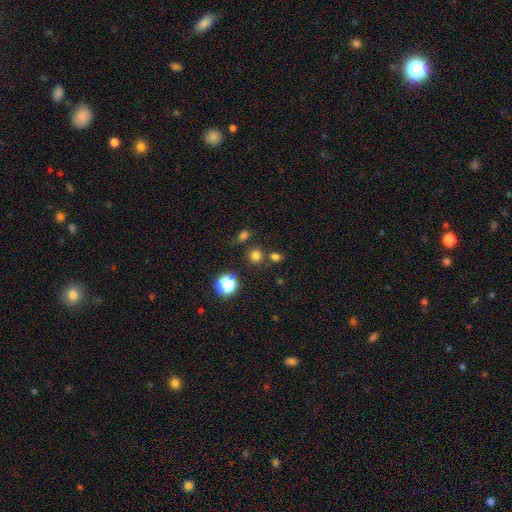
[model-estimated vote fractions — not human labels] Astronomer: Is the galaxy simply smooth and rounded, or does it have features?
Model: smooth — 73%.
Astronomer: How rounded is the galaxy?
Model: round — 86%.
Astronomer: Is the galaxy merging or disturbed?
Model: none — 74%.